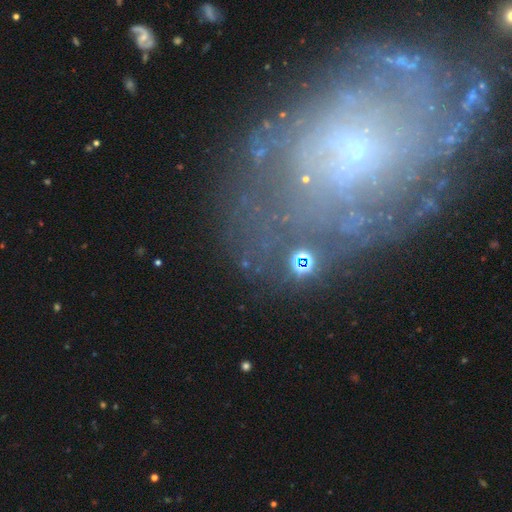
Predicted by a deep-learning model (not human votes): Smooth or featured?
  - featured or disk: 63% *
  - smooth: 21%
  - star or artifact: 15%
Edge-on disk?
  - no: 95% *
  - yes: 5%
Bar?
  - no: 75% *
  - weak: 20%
  - strong: 5%
Spiral arms?
  - yes: 63% *
  - no: 37%
Bulge size?
  - small: 73% *
  - moderate: 18%
  - none: 5%
  - large: 2%
  - dominant: 1%
Merging?
  - none: 72% *
  - minor disturbance: 15%
  - major disturbance: 9%
  - merger: 3%